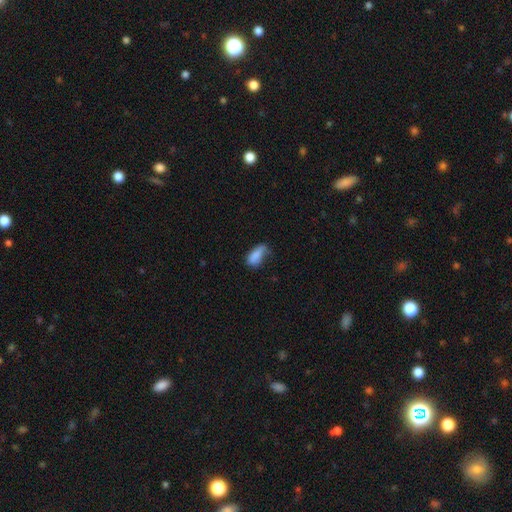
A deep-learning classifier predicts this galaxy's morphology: Smooth or featured?
  - smooth: 82% *
  - featured or disk: 10%
  - star or artifact: 8%
How rounded?
  - in between: 87% *
  - cigar-shaped: 9%
  - round: 3%
Merging?
  - none: 38% *
  - minor disturbance: 37%
  - major disturbance: 21%
  - merger: 4%